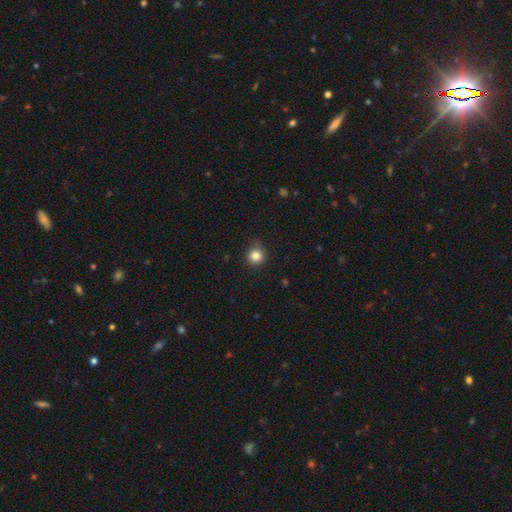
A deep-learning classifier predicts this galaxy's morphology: Smooth or featured: smooth — 83% (star or artifact — 12%)
How rounded: round — 93% (in between — 6%)
Merging: none — 83% (minor disturbance — 13%)